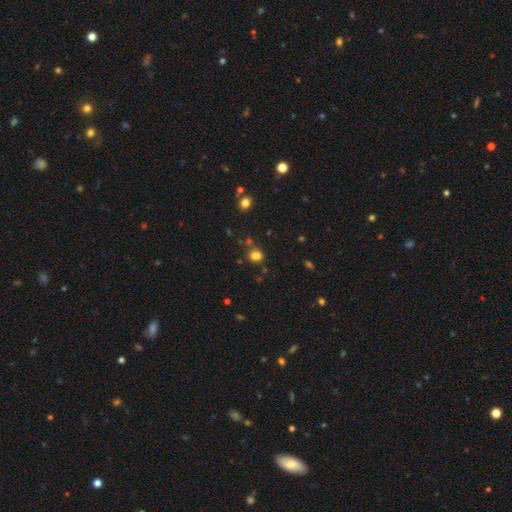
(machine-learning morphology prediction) Smooth or featured? Predicted: smooth (p=0.77). How rounded? Predicted: round (p=0.62). Merging? Predicted: none (p=0.68).